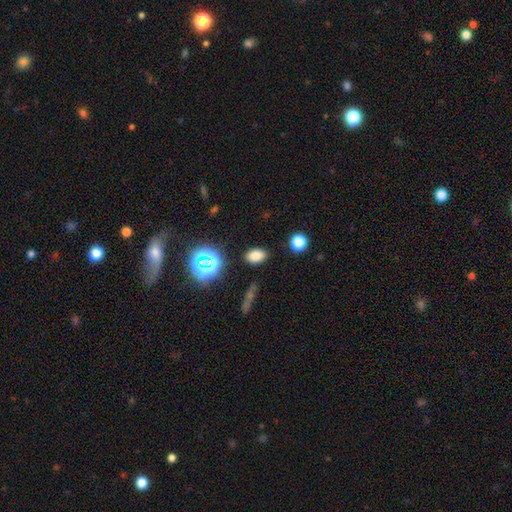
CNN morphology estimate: smooth-or-featured: smooth: 76% | star or artifact: 17% | featured or disk: 7%
  how-rounded: in between: 83% | round: 15% | cigar-shaped: 2%
  merging: none: 86% | minor disturbance: 9% | major disturbance: 3% | merger: 2%